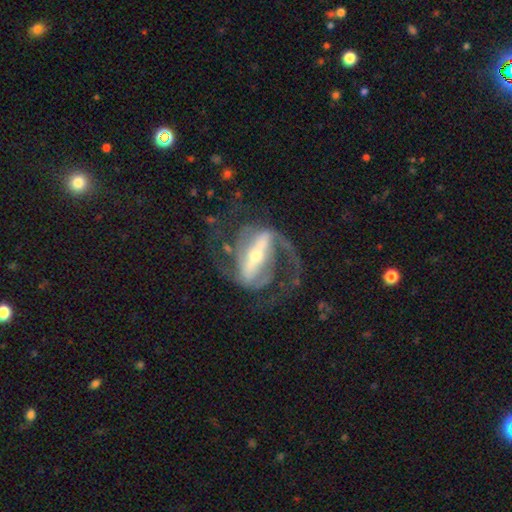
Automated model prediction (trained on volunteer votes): featured or disk 91%, smooth 5%, star or artifact 5%. Down the decision tree: edge-on disk — no (94%); bar — strong (79%); spiral arms — yes (95%); spiral arm count — 2 (88%); spiral winding — medium (55%); bulge size — small (55%); merging — none (64%).